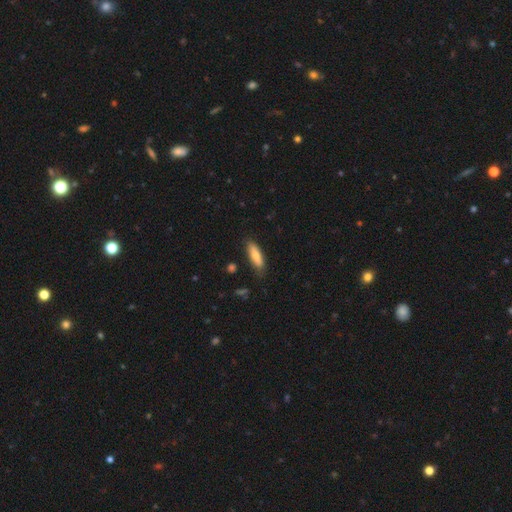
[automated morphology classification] Smooth or featured: smooth — 78% (featured or disk — 16%)
How rounded: cigar-shaped — 54% (in between — 44%)
Merging: none — 81% (minor disturbance — 15%)